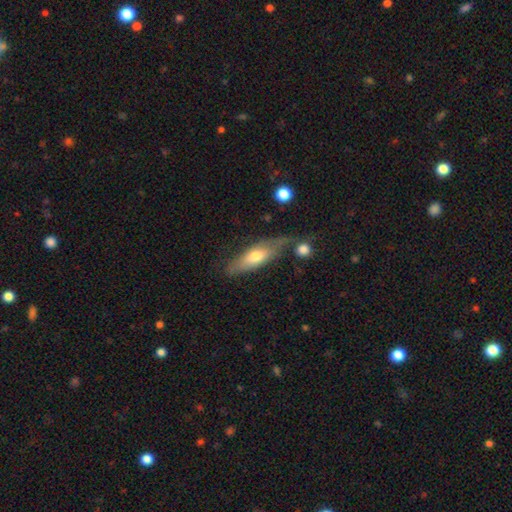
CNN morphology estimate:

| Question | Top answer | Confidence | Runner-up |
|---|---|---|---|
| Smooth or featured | smooth | 57% | featured or disk (37%) |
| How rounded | in between | 52% | cigar-shaped (45%) |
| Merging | none | 52% | minor disturbance (24%) |